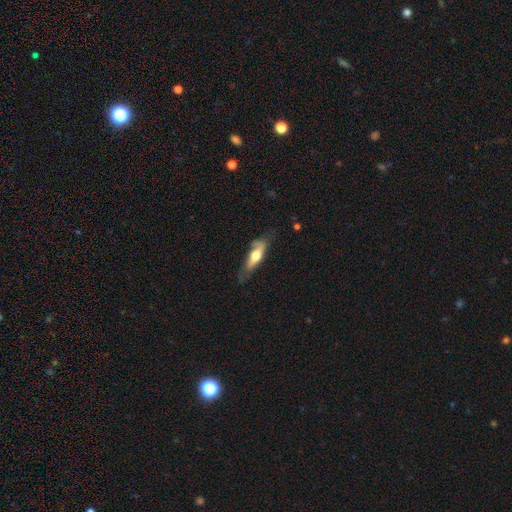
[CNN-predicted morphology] Q: Smooth or featured?
A: smooth (49%); runner-up: featured or disk (45%)
Q: Merging?
A: none (49%); runner-up: minor disturbance (33%)